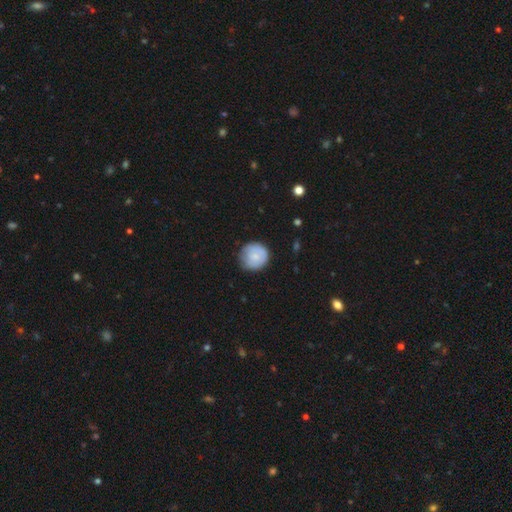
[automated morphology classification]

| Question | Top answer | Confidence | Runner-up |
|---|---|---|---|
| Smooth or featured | smooth | 74% | featured or disk (19%) |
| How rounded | round | 92% | in between (7%) |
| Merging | none | 73% | minor disturbance (21%) |